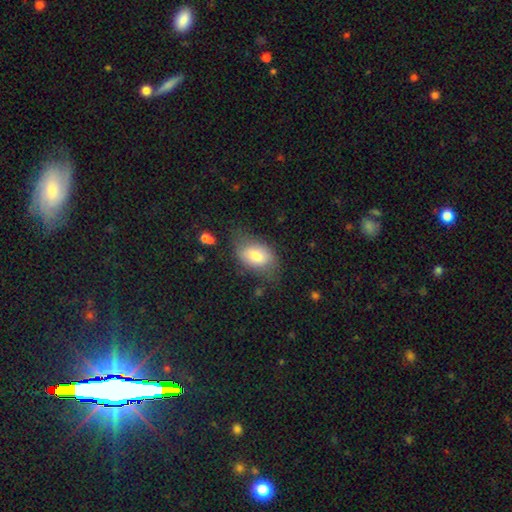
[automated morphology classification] A smooth galaxy with no disk features (73%) that is in between round and cigar-shaped (89%).

Vote fractions:
- Smooth or featured? smooth: 73% / featured or disk: 19% / star or artifact: 7%
- How rounded? in between: 89% / round: 9% / cigar-shaped: 2%
- Merging? none: 56% / minor disturbance: 29% / major disturbance: 13% / merger: 2%